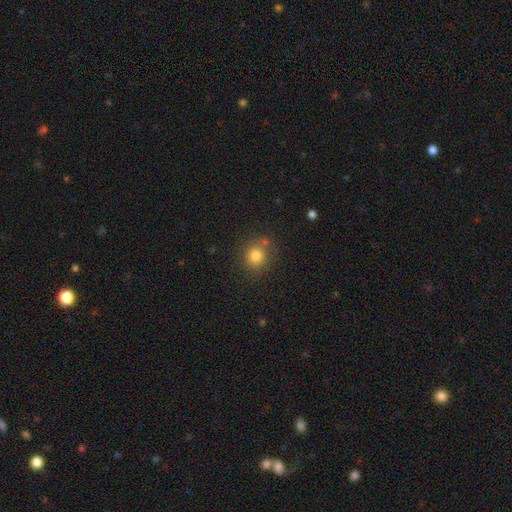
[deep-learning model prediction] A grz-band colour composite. It shows a smooth galaxy with no disk features (81%) that is round (82%). Merging: none (75%).